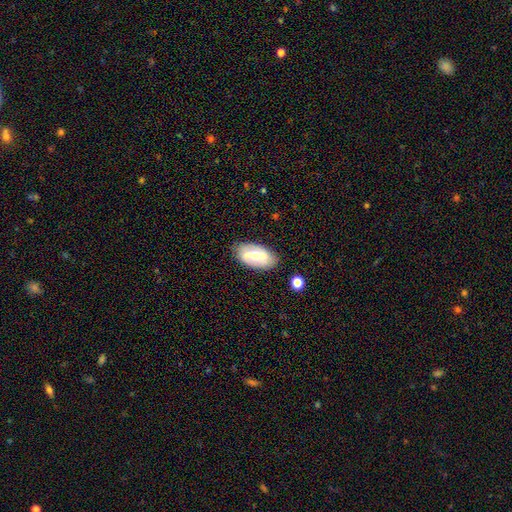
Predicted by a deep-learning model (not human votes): featured or disk 53%, smooth 41%, star or artifact 6%. Down the decision tree: edge-on disk — no (89%); merging — none (83%).